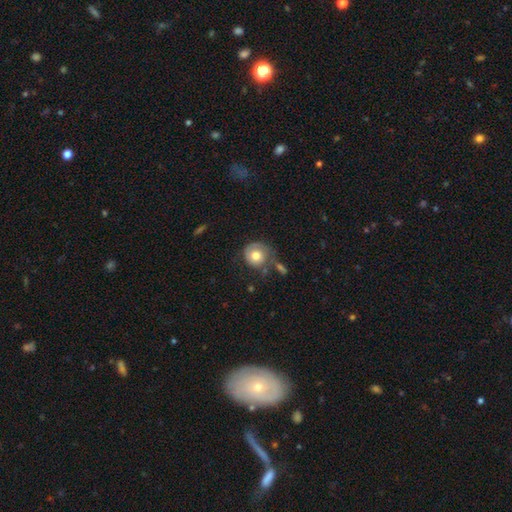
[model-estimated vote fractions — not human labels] This is likely a smooth galaxy (60%). How rounded: clearly round (87%). Merging: possibly none (52%).